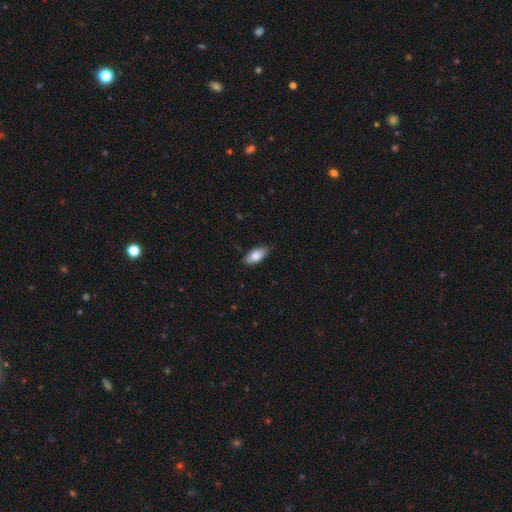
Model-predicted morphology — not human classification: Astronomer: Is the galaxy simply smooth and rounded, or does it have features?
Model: smooth — 77%.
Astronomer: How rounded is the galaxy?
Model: in between — 85%.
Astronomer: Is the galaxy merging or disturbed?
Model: none — 83%.